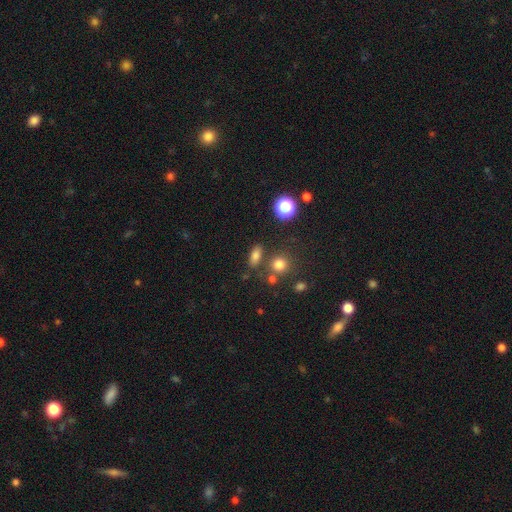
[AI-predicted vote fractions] Smooth or featured? smooth (73%)
How rounded? in between (72%)
Merging? none (76%)